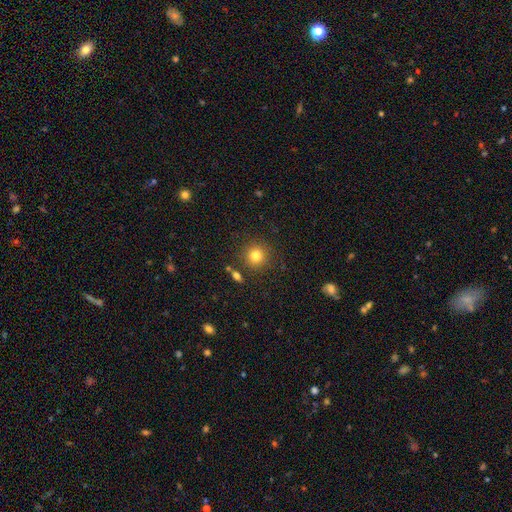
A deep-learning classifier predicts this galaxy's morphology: A smooth galaxy with no disk features (81%) that is round (93%).

Vote fractions:
- Smooth or featured? smooth: 81% / star or artifact: 12% / featured or disk: 7%
- How rounded? round: 93% / in between: 6% / cigar-shaped: 1%
- Merging? none: 85% / minor disturbance: 8% / merger: 4% / major disturbance: 3%